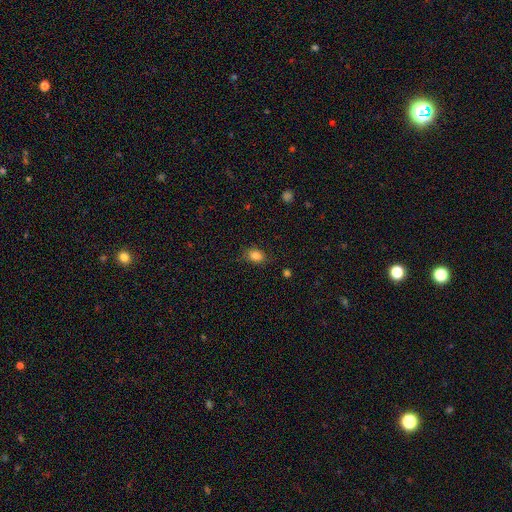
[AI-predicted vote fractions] Smooth or featured? smooth (83%)
How rounded? in between (61%)
Merging? none (83%)